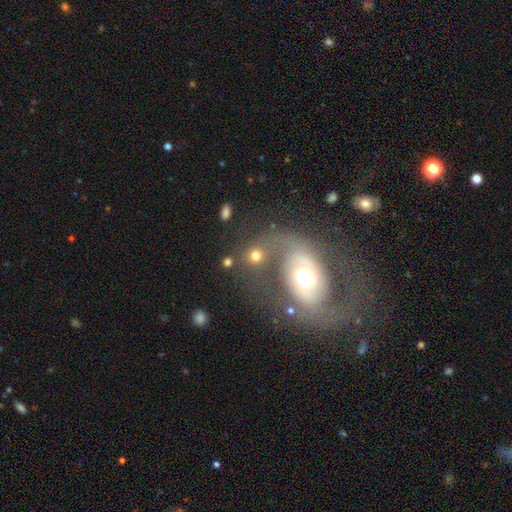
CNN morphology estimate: This appears to be a smooth galaxy with no disk features (64%) that is round (73%). Merging: none (43%).